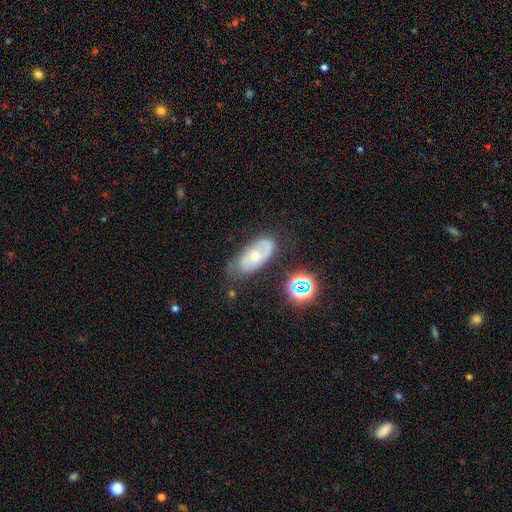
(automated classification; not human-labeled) featured or disk 60%, smooth 30%, star or artifact 10%. Down the decision tree: edge-on disk — no (92%); bar — no (75%); spiral arms — yes (73%); bulge size — moderate (51%); merging — none (58%).